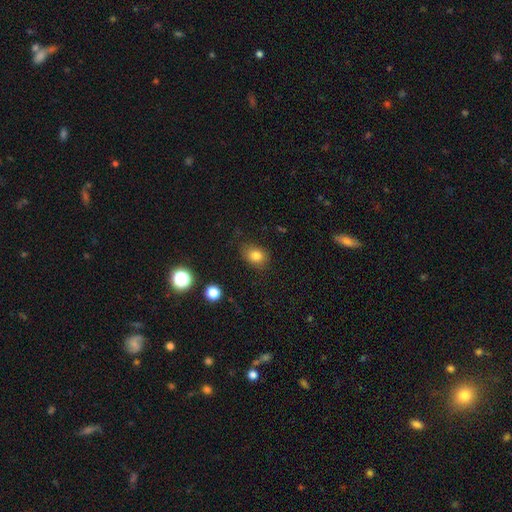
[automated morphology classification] A smooth galaxy with no disk features (80%) that is in between round and cigar-shaped (57%). Merging: none (77%).